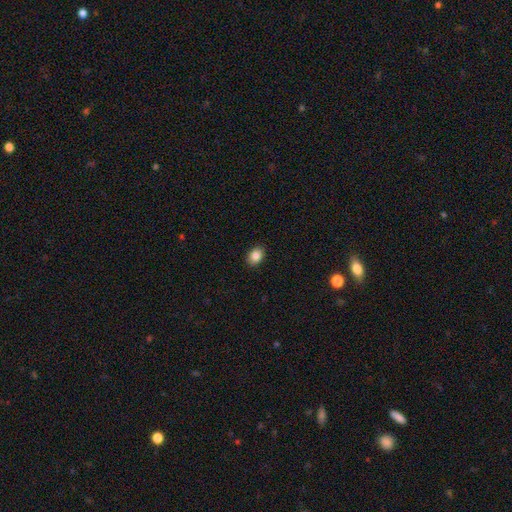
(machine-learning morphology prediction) A smooth galaxy with no disk features (86%) that is in between round and cigar-shaped (71%).

Vote fractions:
- Smooth or featured? smooth: 86% / star or artifact: 9% / featured or disk: 5%
- How rounded? in between: 71% / round: 28% / cigar-shaped: 1%
- Merging? none: 89% / minor disturbance: 8% / major disturbance: 2% / merger: 1%